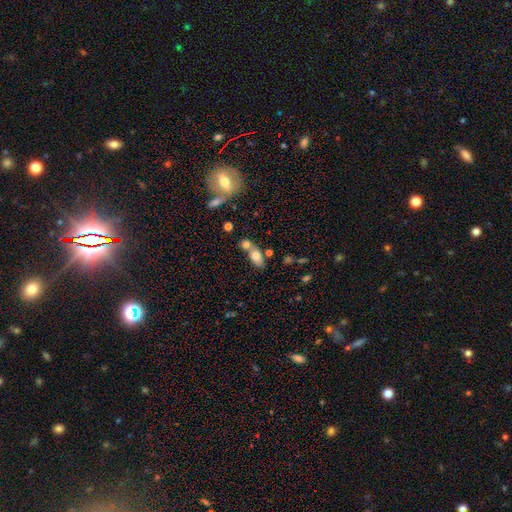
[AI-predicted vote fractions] Smooth or featured? smooth (73%)
How rounded? in between (82%)
Merging? merger (52%)